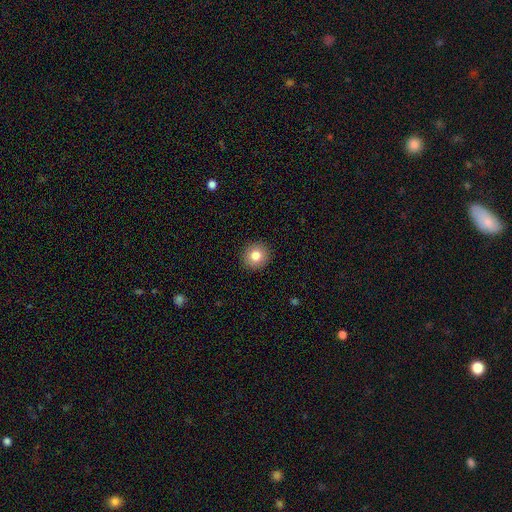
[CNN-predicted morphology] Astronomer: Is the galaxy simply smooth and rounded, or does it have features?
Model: smooth — 82%.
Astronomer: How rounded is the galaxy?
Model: round — 92%.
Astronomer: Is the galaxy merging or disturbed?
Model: none — 92%.